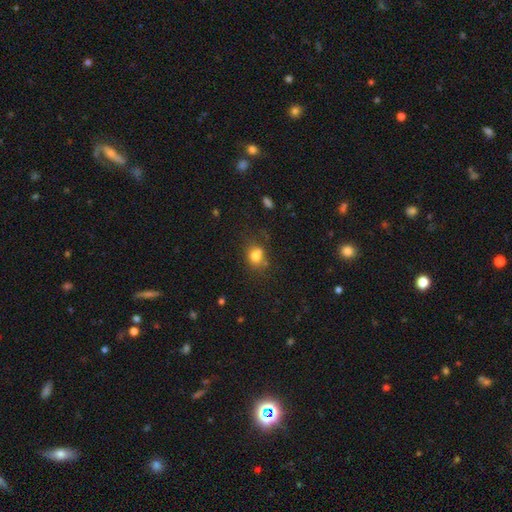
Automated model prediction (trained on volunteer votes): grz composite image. It shows a smooth galaxy with no disk features (75%) that is round (58%). Merging: none (53%).